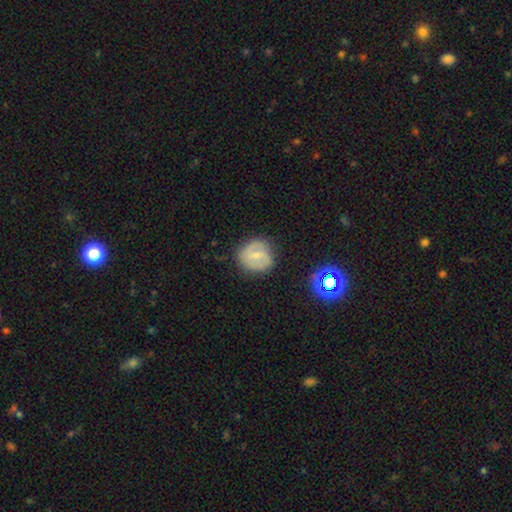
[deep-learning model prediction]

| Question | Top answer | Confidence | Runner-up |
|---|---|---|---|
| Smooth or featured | featured or disk | 49% | smooth (42%) |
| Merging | none | 75% | minor disturbance (17%) |